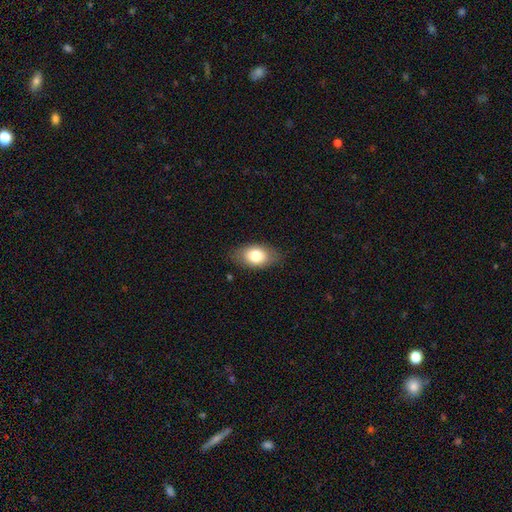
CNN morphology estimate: Smooth or featured: smooth — 78% (featured or disk — 15%)
How rounded: in between — 88% (round — 10%)
Merging: none — 81% (minor disturbance — 14%)